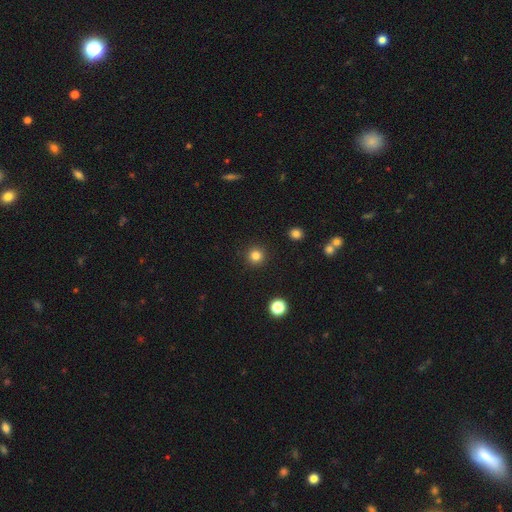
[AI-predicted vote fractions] Morphology: type=smooth (82%); roundness=round (96%); merging=none (92%).